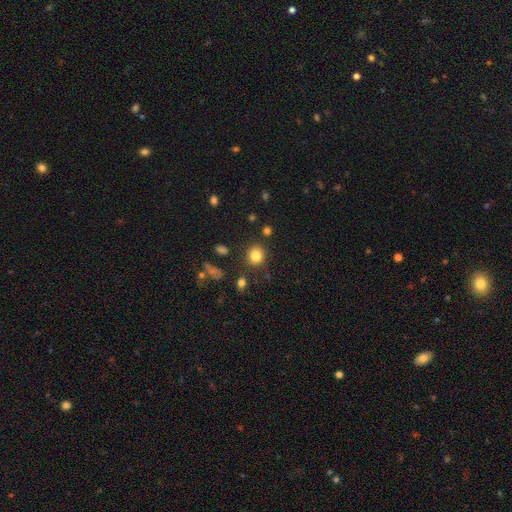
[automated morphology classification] smooth_or_featured: smooth (p=0.83) [alt: star or artifact p=0.11]
how_rounded: round (p=0.85) [alt: in between p=0.14]
merging: none (p=0.85) [alt: minor disturbance p=0.08]